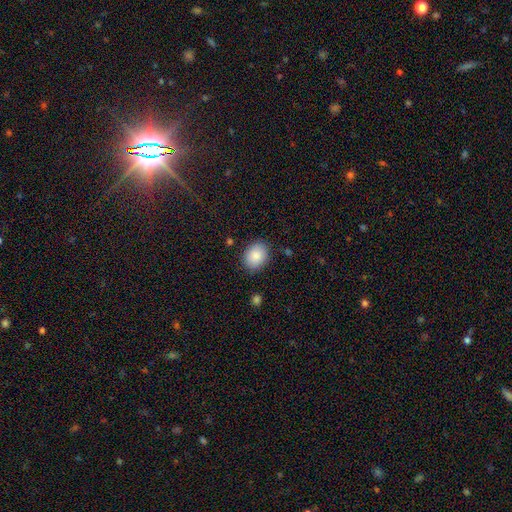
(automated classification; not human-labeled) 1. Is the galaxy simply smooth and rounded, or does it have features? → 87% smooth, 7% star or artifact, 6% featured or disk.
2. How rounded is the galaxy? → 58% in between, 41% round, 1% cigar-shaped.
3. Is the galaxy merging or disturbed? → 85% none, 11% minor disturbance, 3% major disturbance, 1% merger.